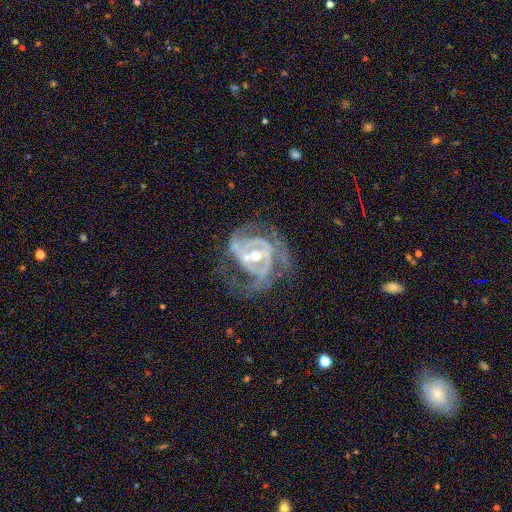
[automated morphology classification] A featured or disk galaxy (89%) with a weak bar (36%), 2 (42%) medium (46%) spiral arms (92%) and a moderate central bulge (62%). Merging: none (44%).